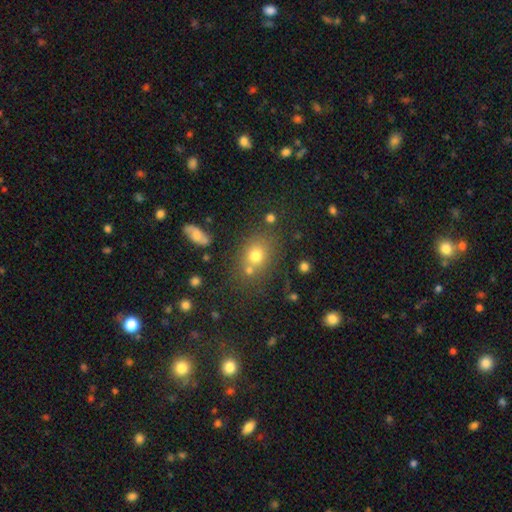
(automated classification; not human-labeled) This appears to be a smooth galaxy with no disk features (71%) that is round (54%). Merging: none (63%).